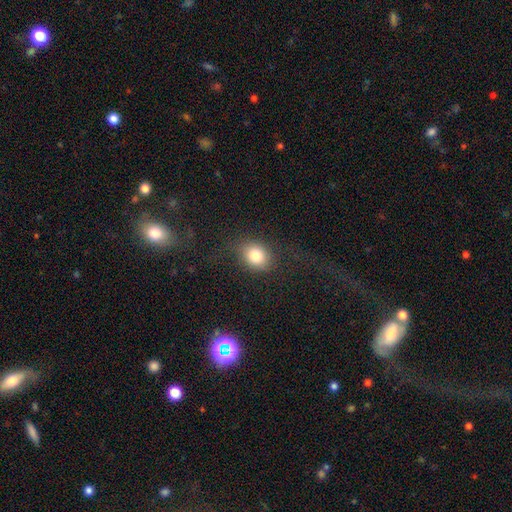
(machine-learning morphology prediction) Smooth or featured? smooth (79%)
How rounded? round (53%)
Merging? none (76%)